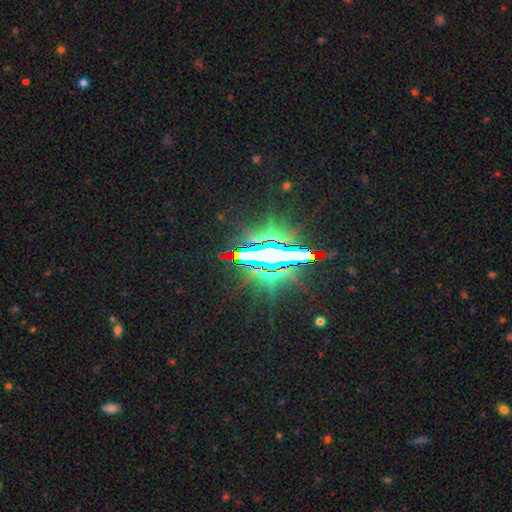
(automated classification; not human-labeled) Q: Smooth or featured?
A: star or artifact (76%); runner-up: featured or disk (15%)